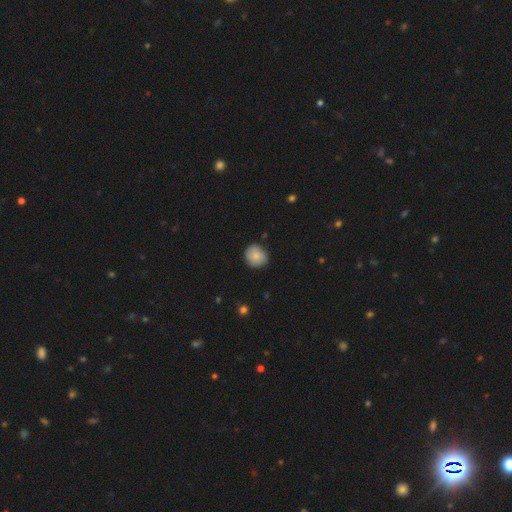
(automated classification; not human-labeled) smooth_or_featured: smooth (p=0.81) [alt: featured or disk p=0.12]
how_rounded: round (p=0.88) [alt: in between p=0.11]
merging: none (p=0.84) [alt: minor disturbance p=0.13]